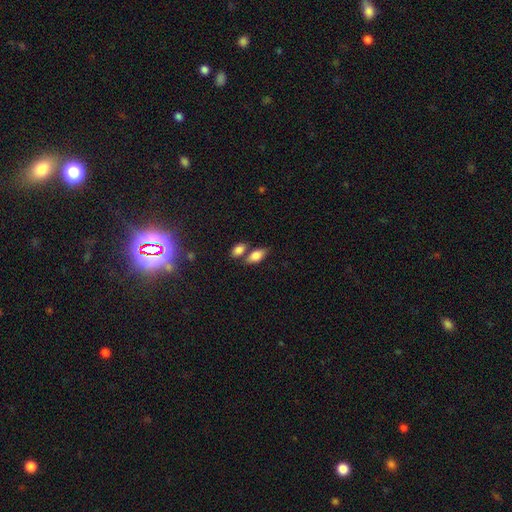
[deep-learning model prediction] This is likely a smooth galaxy (80%). How rounded: clearly in between (87%). Merging: possibly none (53%).